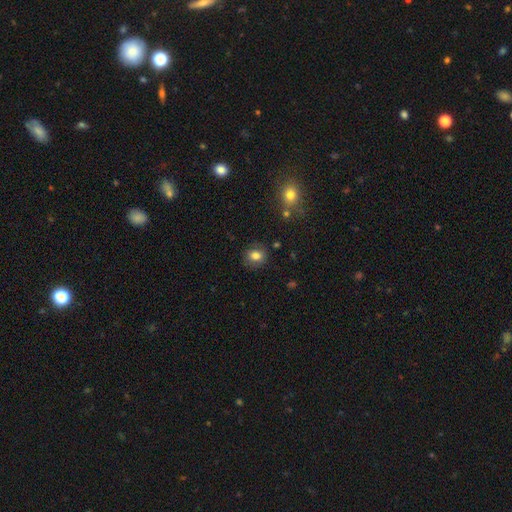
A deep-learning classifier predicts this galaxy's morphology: This appears to be a smooth galaxy with no disk features (78%) that is round (70%). Merging: none (82%).